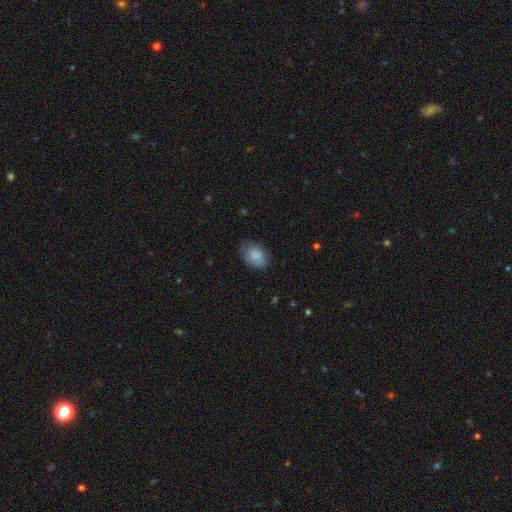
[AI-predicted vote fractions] The model was most divided on "merging": none: 76%, minor disturbance: 18%, major disturbance: 4%, merger: 1%. More confident: smooth or featured — smooth (87%); how rounded — in between (84%).